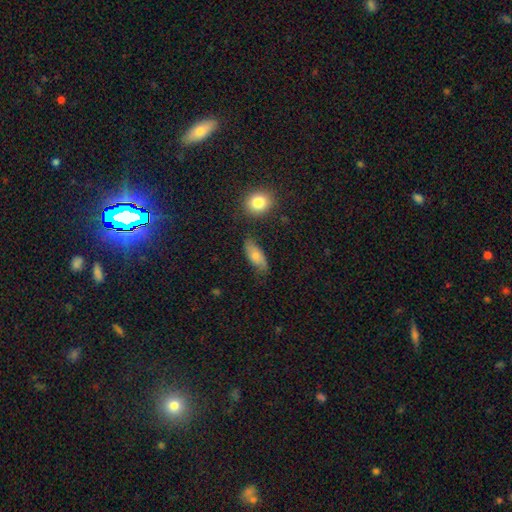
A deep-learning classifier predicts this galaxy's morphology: Q: Smooth or featured?
A: smooth (73%); runner-up: featured or disk (20%)
Q: How rounded?
A: in between (79%); runner-up: cigar-shaped (16%)
Q: Merging?
A: none (70%); runner-up: minor disturbance (21%)